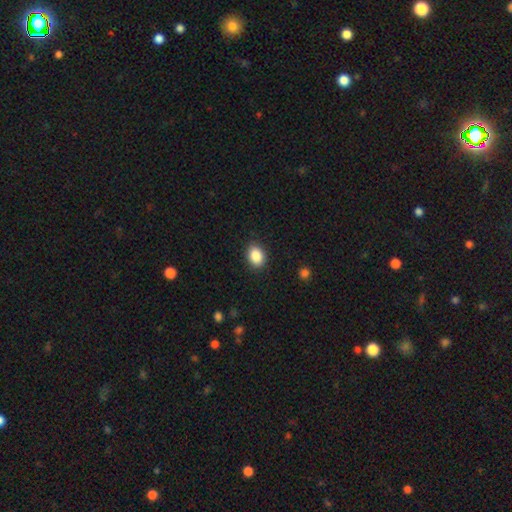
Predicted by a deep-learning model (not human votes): Overall: smooth (88%). How rounded: in between (68%; round 31%). Merging: none (88%).